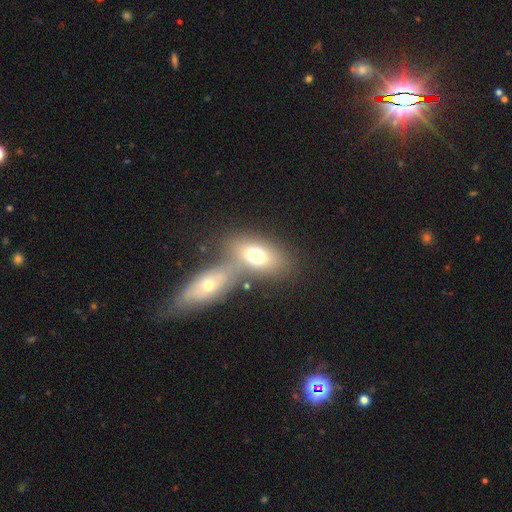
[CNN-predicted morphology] Smooth or featured? smooth (68%)
How rounded? in between (84%)
Merging? merger (48%)